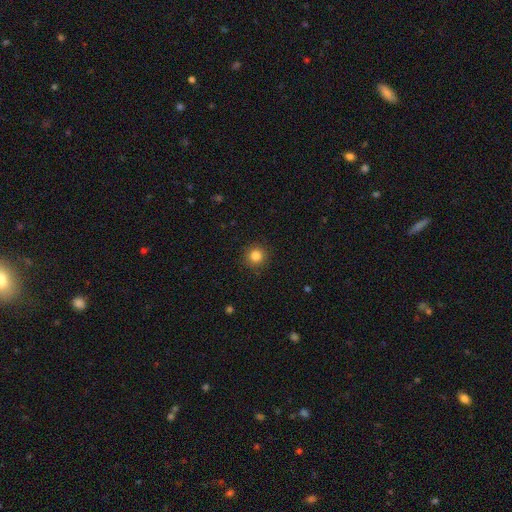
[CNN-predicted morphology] Smooth or featured?
  - smooth: 84% *
  - star or artifact: 11%
  - featured or disk: 5%
How rounded?
  - round: 93% *
  - in between: 6%
  - cigar-shaped: 1%
Merging?
  - none: 91% *
  - minor disturbance: 6%
  - major disturbance: 2%
  - merger: 1%